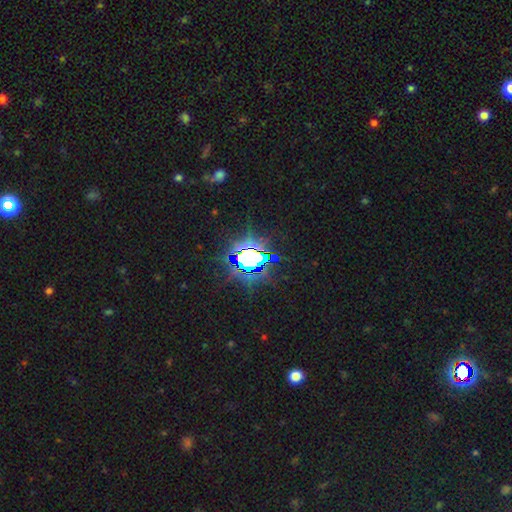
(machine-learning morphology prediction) type=star or artifact (78%).